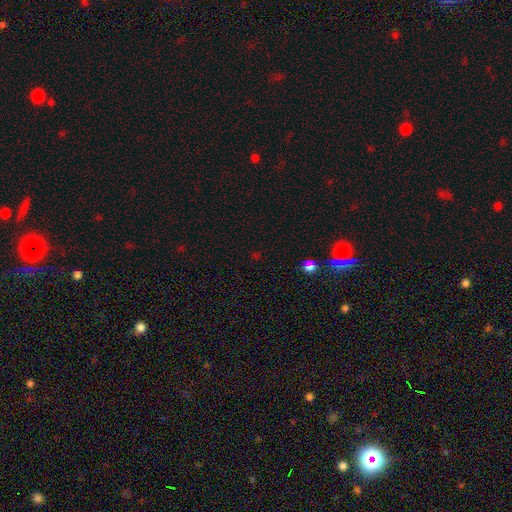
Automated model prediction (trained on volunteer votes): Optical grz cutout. It shows a star or artifact, not a galaxy (64%).